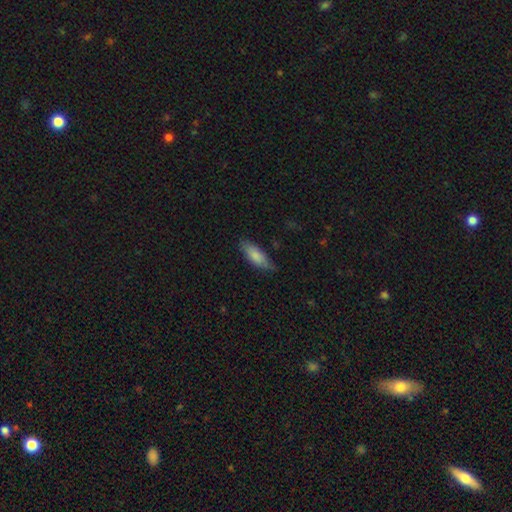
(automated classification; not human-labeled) smooth 82%, featured or disk 13%, star or artifact 6%. Down the decision tree: how rounded — in between (64%); merging — none (72%).